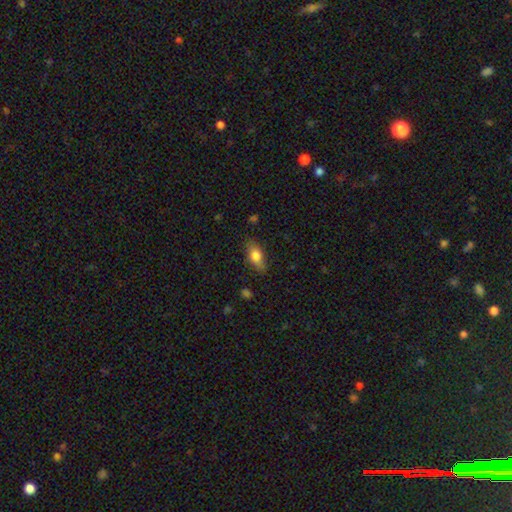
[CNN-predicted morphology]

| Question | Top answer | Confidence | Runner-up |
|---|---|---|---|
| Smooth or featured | smooth | 77% | featured or disk (16%) |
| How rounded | in between | 84% | cigar-shaped (10%) |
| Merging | none | 79% | minor disturbance (16%) |